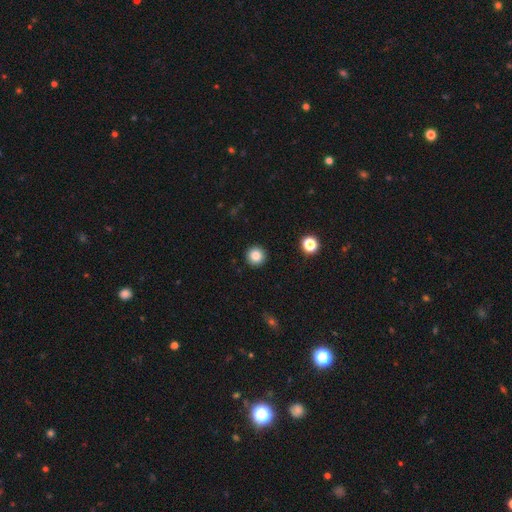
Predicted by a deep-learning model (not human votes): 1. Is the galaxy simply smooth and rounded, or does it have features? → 84% smooth, 11% star or artifact, 5% featured or disk.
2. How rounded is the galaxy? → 96% round, 3% in between, 1% cigar-shaped.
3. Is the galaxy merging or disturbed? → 93% none, 4% minor disturbance, 2% major disturbance, 1% merger.